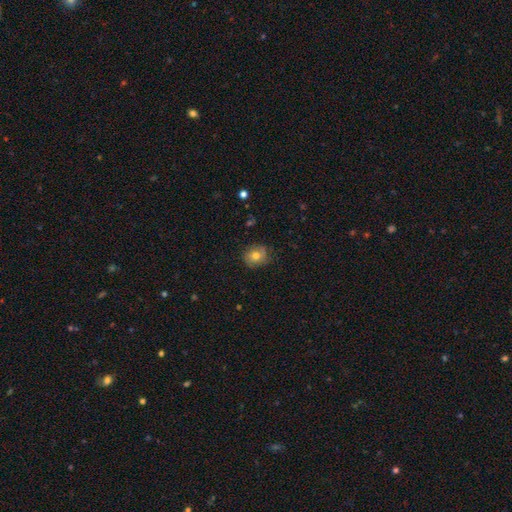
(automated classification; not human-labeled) The model was most divided on "how rounded": round: 73%, in between: 26%, cigar-shaped: 1%. More confident: merging — none (77%); smooth or featured — smooth (69%).